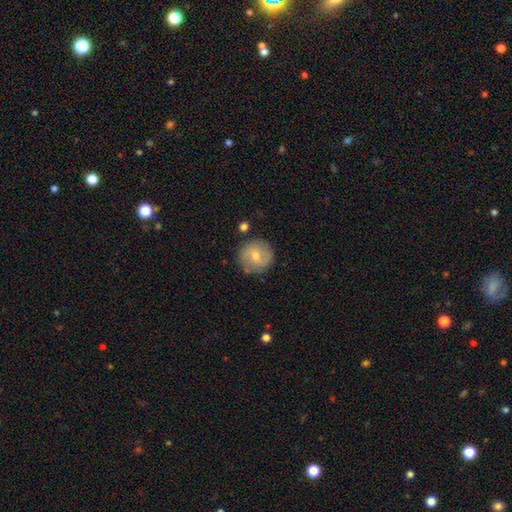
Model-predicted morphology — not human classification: type=smooth (53%); roundness=round (93%); merging=none (82%).